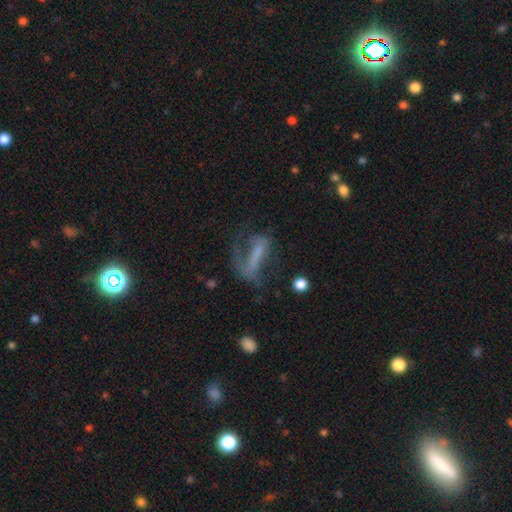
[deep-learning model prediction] Smooth or featured: featured or disk — 52% (smooth — 32%)
Edge-on disk: no — 84% (yes — 16%)
Merging: major disturbance — 45% (none — 33%)